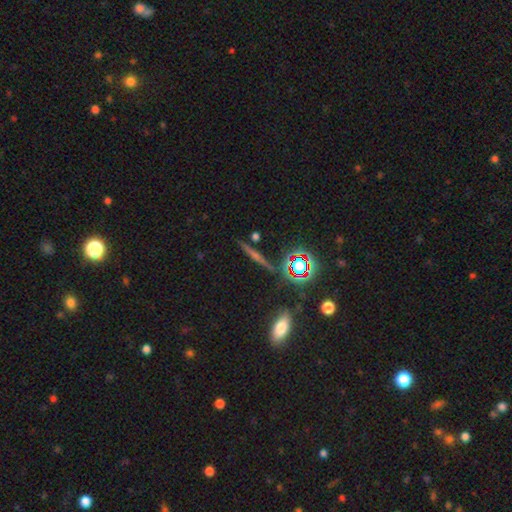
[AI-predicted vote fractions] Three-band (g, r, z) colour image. It shows a featured or disk galaxy (43%). Merging: none (87%).